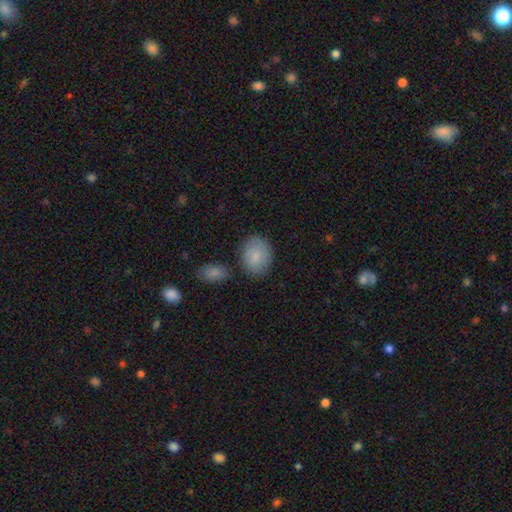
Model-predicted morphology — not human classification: A smooth galaxy with no disk features (83%) that is in between round and cigar-shaped (61%). Merging: none (76%).